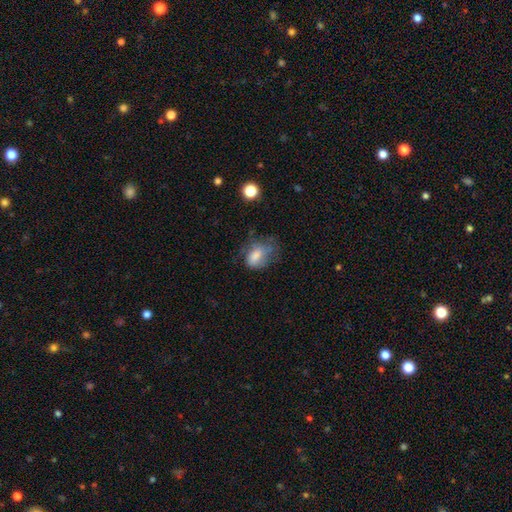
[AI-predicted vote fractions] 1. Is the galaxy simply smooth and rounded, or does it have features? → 67% smooth, 22% featured or disk, 11% star or artifact.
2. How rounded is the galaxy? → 78% in between, 20% round, 2% cigar-shaped.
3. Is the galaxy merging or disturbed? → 35% none, 31% major disturbance, 31% minor disturbance, 3% merger.